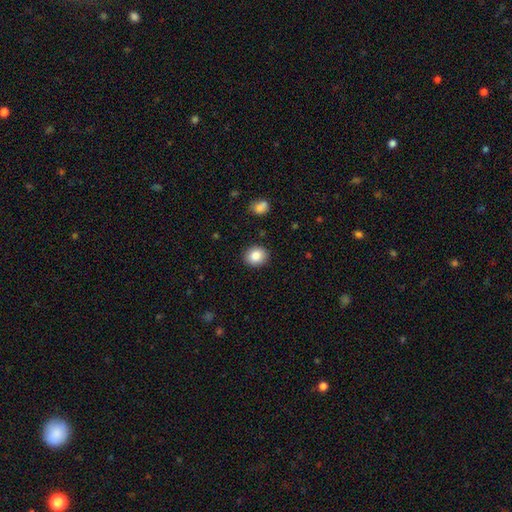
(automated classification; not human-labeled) Overall: smooth (86%). How rounded: round (73%). Merging: none (89%).